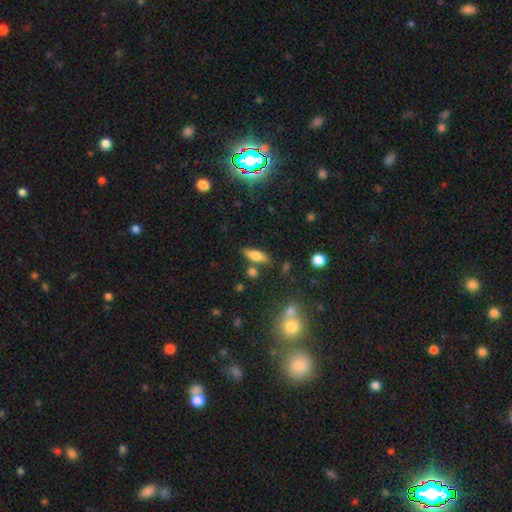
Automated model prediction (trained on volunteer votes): Overall: smooth (66%). How rounded: in between (55%; cigar-shaped 42%). Merging: none (75%).